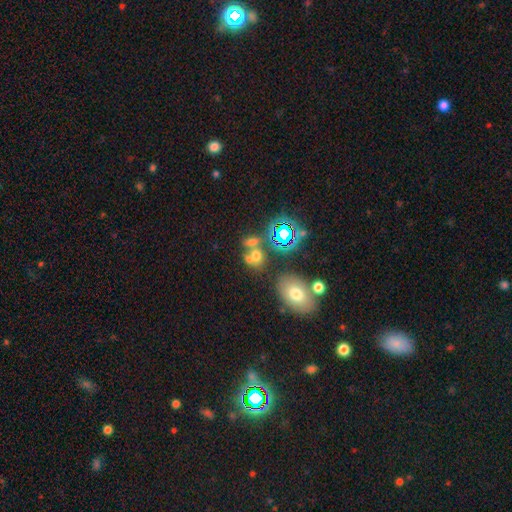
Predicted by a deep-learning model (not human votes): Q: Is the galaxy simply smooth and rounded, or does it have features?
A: smooth — 56%.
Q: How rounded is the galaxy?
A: round — 50%.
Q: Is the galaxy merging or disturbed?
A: merger — 43%.